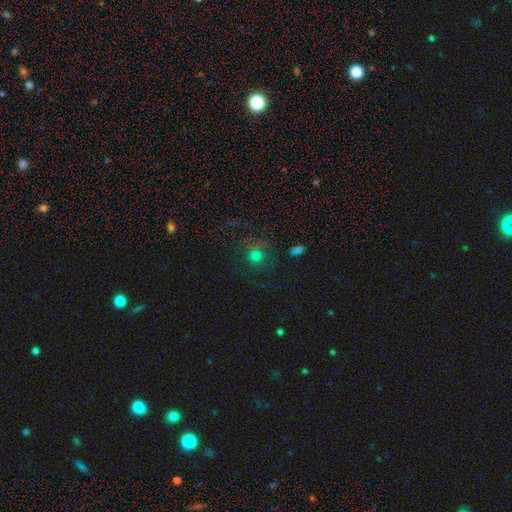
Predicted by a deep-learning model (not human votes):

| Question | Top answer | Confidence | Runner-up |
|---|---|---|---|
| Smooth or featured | smooth | 59% | star or artifact (26%) |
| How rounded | round | 90% | in between (9%) |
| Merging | none | 71% | minor disturbance (15%) |